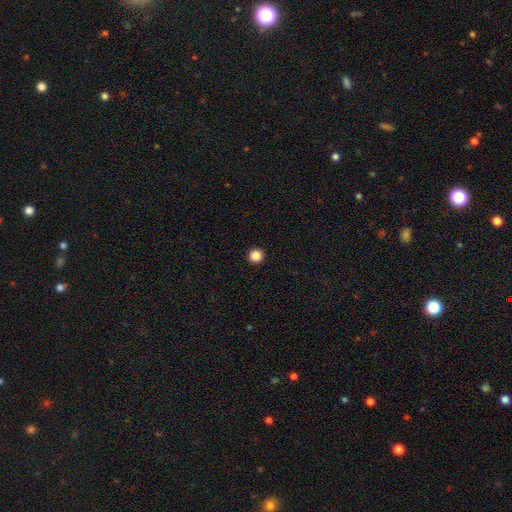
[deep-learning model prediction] smooth-or-featured: smooth: 87% | star or artifact: 10% | featured or disk: 3%
  how-rounded: round: 97% | in between: 2% | cigar-shaped: 1%
  merging: none: 94% | minor disturbance: 3% | major disturbance: 1% | merger: 1%